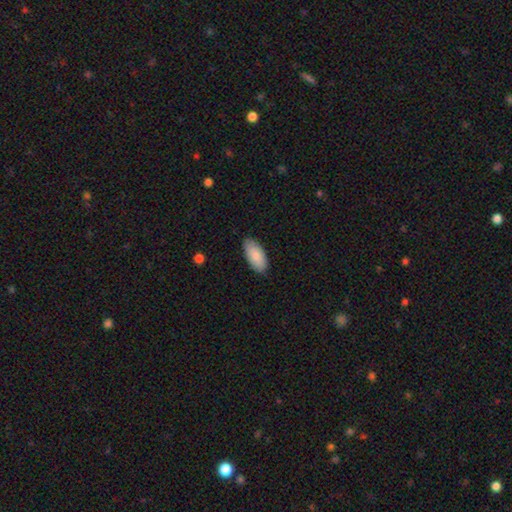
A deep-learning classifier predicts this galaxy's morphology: Q: Smooth or featured?
A: smooth (88%); runner-up: featured or disk (7%)
Q: How rounded?
A: in between (93%); runner-up: cigar-shaped (6%)
Q: Merging?
A: none (85%); runner-up: minor disturbance (12%)